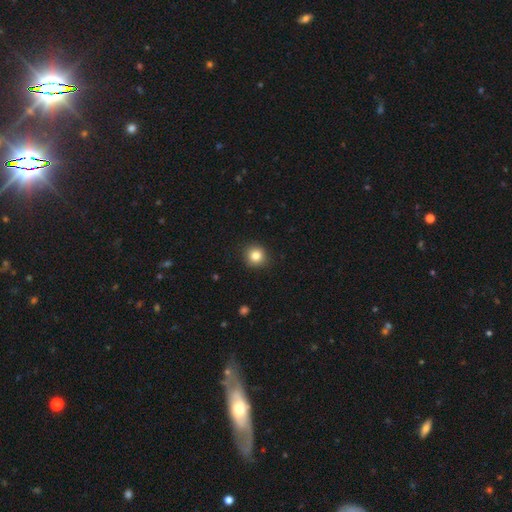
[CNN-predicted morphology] A smooth galaxy with no disk features (83%) that is round (91%).

Vote fractions:
- Smooth or featured? smooth: 83% / star or artifact: 11% / featured or disk: 6%
- How rounded? round: 91% / in between: 8% / cigar-shaped: 1%
- Merging? none: 90% / minor disturbance: 7% / major disturbance: 2% / merger: 1%